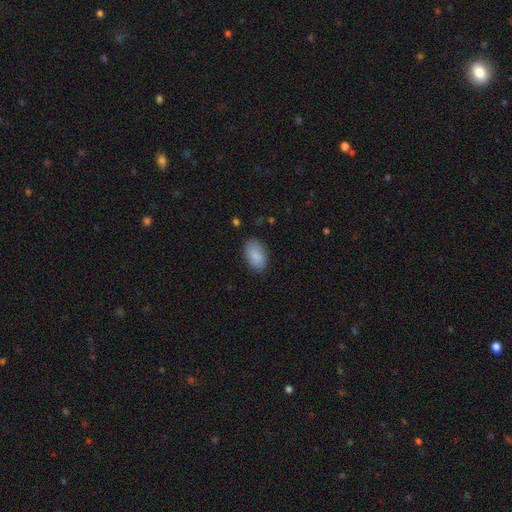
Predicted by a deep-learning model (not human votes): Smooth or featured: smooth — 88% (star or artifact — 6%)
How rounded: in between — 93% (round — 5%)
Merging: none — 84% (minor disturbance — 12%)